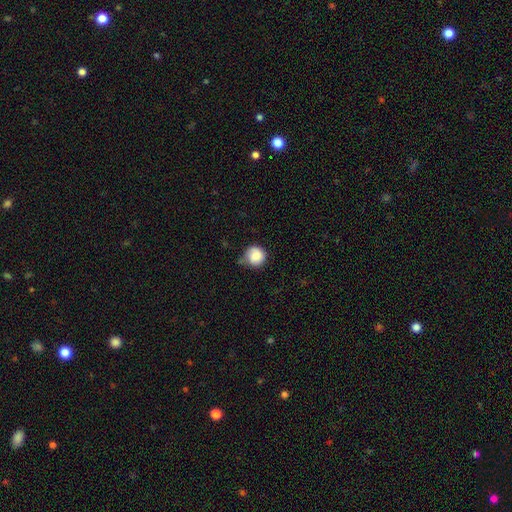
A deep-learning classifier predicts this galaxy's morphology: Overall: smooth (85%). How rounded: round (92%). Merging: none (55%; minor disturbance 33%).